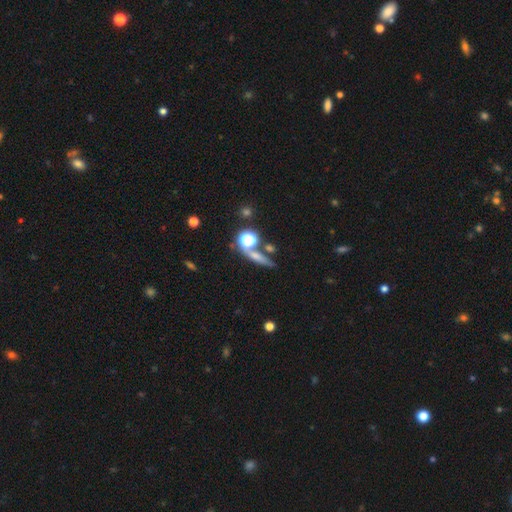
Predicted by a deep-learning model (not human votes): A smooth galaxy with no disk features (54%) that is cigar-shaped (53%).

Vote fractions:
- Smooth or featured? smooth: 54% / featured or disk: 24% / star or artifact: 22%
- How rounded? cigar-shaped: 53% / round: 26% / in between: 21%
- Merging? none: 63% / merger: 19% / minor disturbance: 12% / major disturbance: 7%